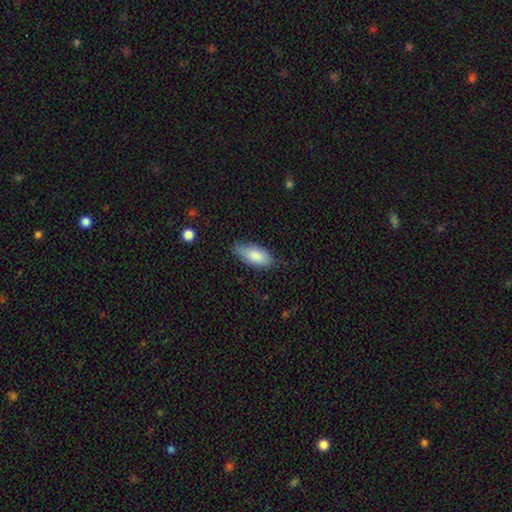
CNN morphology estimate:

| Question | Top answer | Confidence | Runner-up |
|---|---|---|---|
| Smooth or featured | smooth | 85% | featured or disk (9%) |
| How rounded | in between | 86% | cigar-shaped (12%) |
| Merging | none | 72% | minor disturbance (22%) |